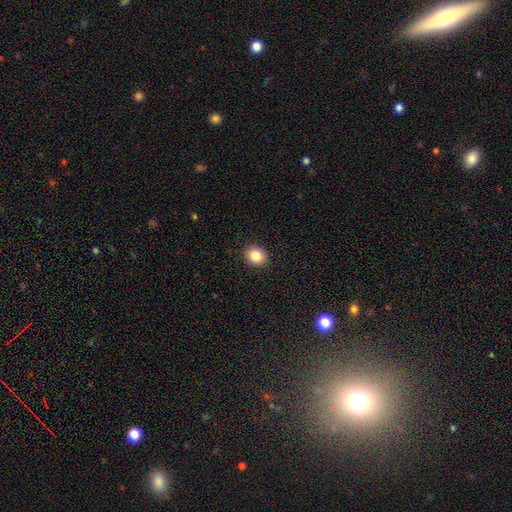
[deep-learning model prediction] Smooth or featured?
  - smooth: 85% *
  - star or artifact: 10%
  - featured or disk: 6%
How rounded?
  - round: 67% *
  - in between: 32%
  - cigar-shaped: 1%
Merging?
  - none: 91% *
  - minor disturbance: 6%
  - major disturbance: 2%
  - merger: 1%